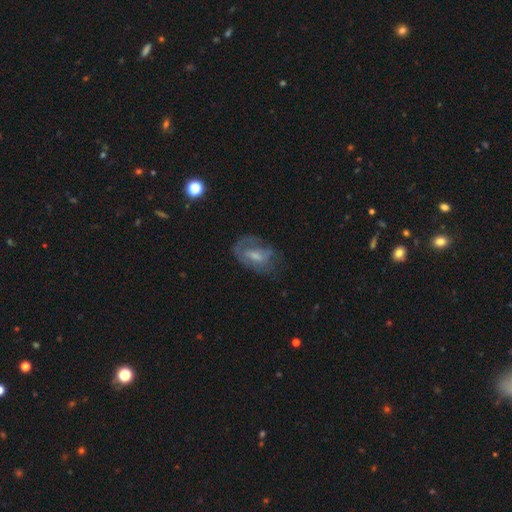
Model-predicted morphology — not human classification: featured or disk 53%, smooth 38%, star or artifact 9%. Down the decision tree: edge-on disk — no (94%); merging — none (51%).